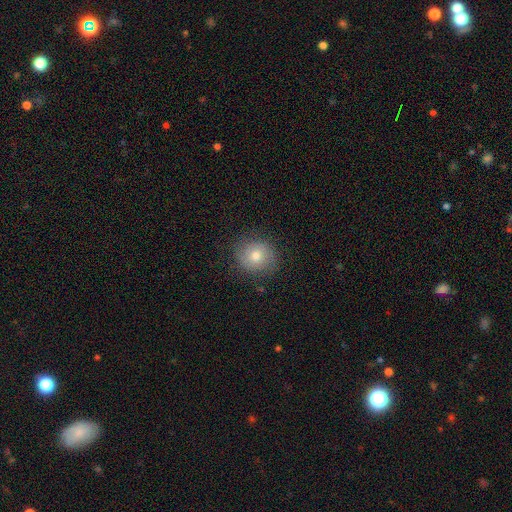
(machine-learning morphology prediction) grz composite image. It shows a smooth galaxy with no disk features (69%) that is round (84%). Merging: none (82%).